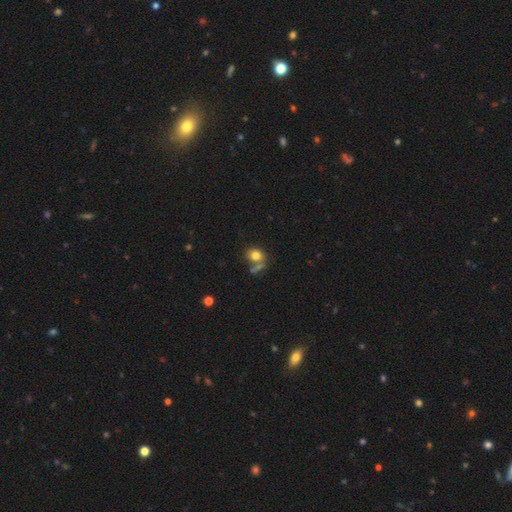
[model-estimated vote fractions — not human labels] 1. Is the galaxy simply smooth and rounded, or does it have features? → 78% smooth, 11% featured or disk, 11% star or artifact.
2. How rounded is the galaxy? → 58% round, 41% in between, 1% cigar-shaped.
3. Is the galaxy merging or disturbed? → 50% none, 28% merger, 14% minor disturbance, 8% major disturbance.